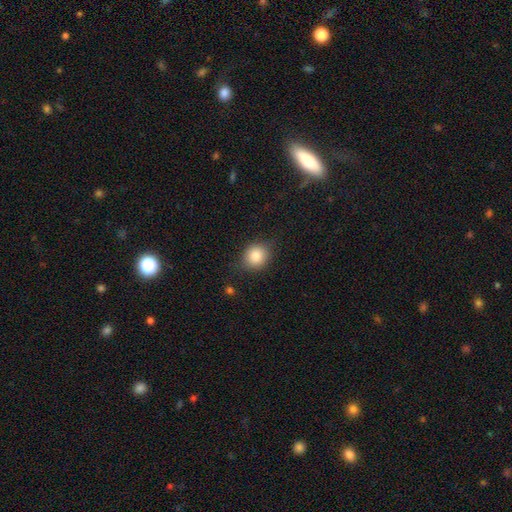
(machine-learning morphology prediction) smooth_or_featured: smooth (p=0.85) [alt: star or artifact p=0.09]
how_rounded: round (p=0.71) [alt: in between p=0.28]
merging: none (p=0.79) [alt: minor disturbance p=0.16]